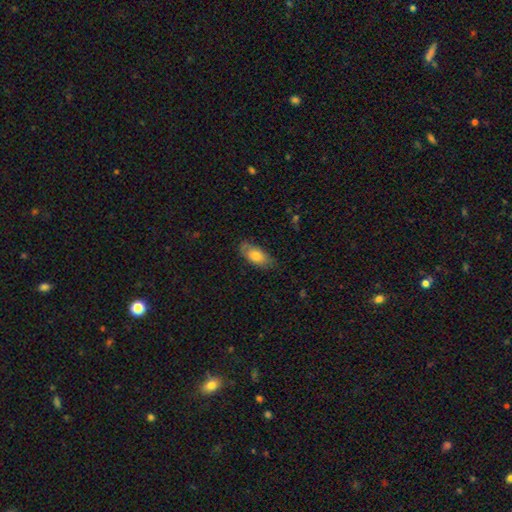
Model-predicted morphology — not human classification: A smooth galaxy with no disk features (73%) that is in between round and cigar-shaped (87%). Merging: none (74%).